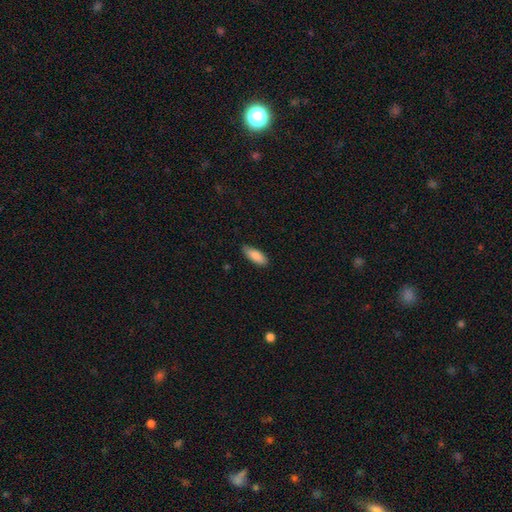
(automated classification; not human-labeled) A smooth galaxy with no disk features (88%) that is in between round and cigar-shaped (76%). Merging: none (84%).